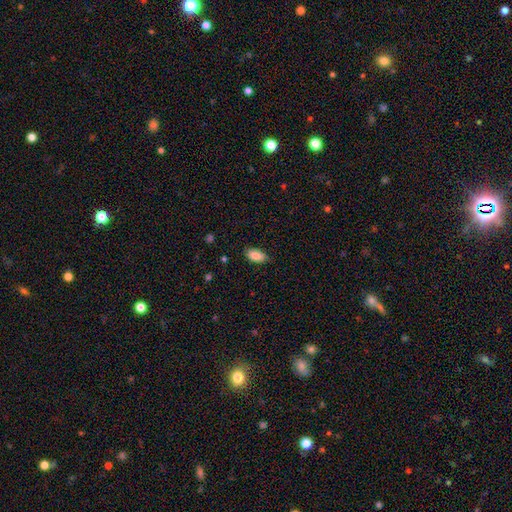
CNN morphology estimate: Smooth or featured? smooth (87%)
How rounded? in between (93%)
Merging? none (83%)